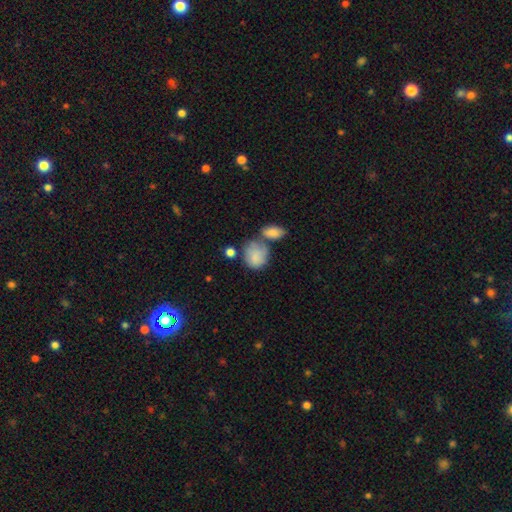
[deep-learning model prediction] Smooth or featured?
  - smooth: 82% *
  - featured or disk: 11%
  - star or artifact: 7%
How rounded?
  - round: 56% *
  - in between: 42%
  - cigar-shaped: 1%
Merging?
  - none: 39% *
  - merger: 32%
  - minor disturbance: 20%
  - major disturbance: 9%